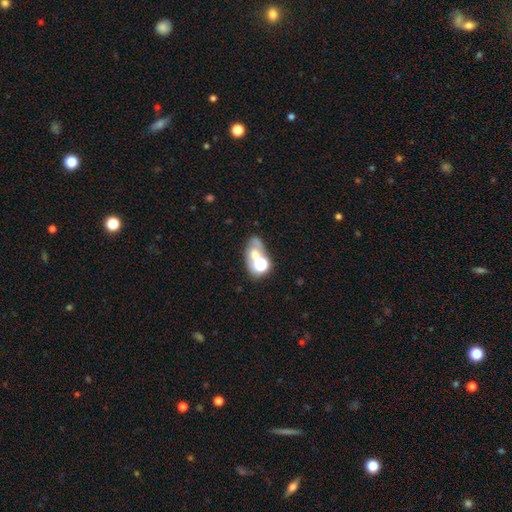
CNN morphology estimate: A smooth galaxy with no disk features (44%).

Vote fractions:
- Smooth or featured? smooth: 44% / featured or disk: 34% / star or artifact: 22%
- Merging? none: 39% / merger: 37% / minor disturbance: 13% / major disturbance: 11%